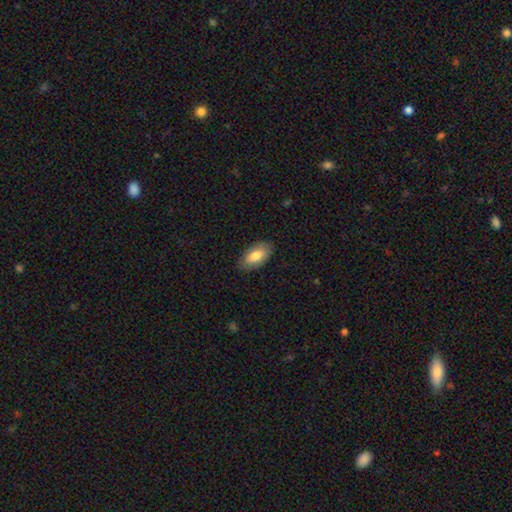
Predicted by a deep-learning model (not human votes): The model was most divided on "smooth or featured": smooth: 79%, featured or disk: 15%, star or artifact: 6%. More confident: how rounded — in between (94%); merging — none (86%).